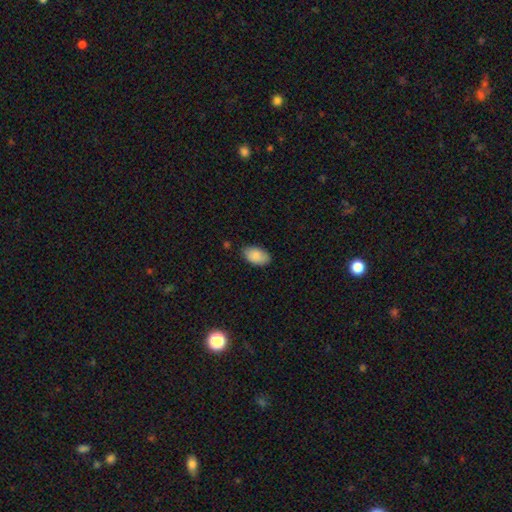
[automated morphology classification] Smooth or featured? Predicted: smooth (p=0.88). How rounded? Predicted: in between (p=0.94). Merging? Predicted: none (p=0.80).